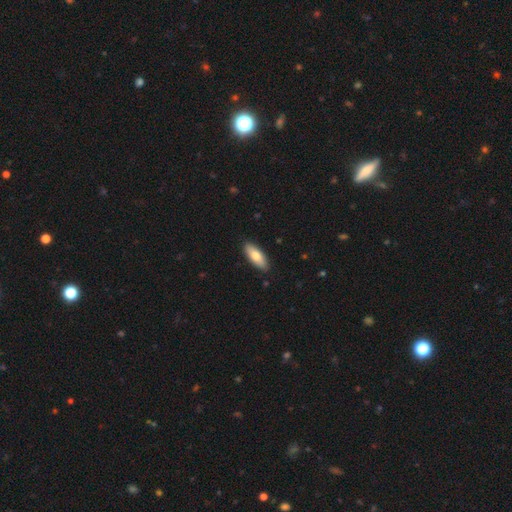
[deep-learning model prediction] The model was most divided on "how rounded": in between: 75%, cigar-shaped: 23%, round: 2%. More confident: merging — none (89%); smooth or featured — smooth (75%).